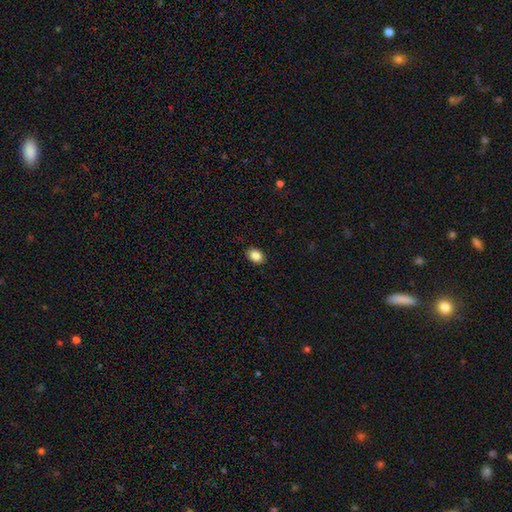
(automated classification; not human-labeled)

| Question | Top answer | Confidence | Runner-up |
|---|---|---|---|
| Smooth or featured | smooth | 86% | star or artifact (9%) |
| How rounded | in between | 79% | round (20%) |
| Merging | none | 89% | minor disturbance (8%) |